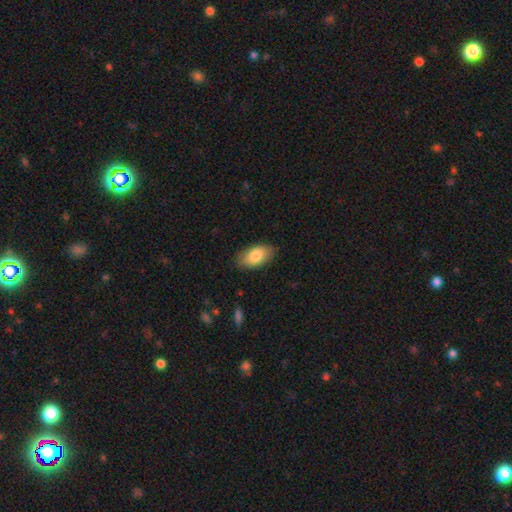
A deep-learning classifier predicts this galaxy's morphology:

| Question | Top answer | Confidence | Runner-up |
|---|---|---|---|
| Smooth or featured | smooth | 82% | featured or disk (12%) |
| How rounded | in between | 94% | round (3%) |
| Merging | none | 85% | minor disturbance (12%) |